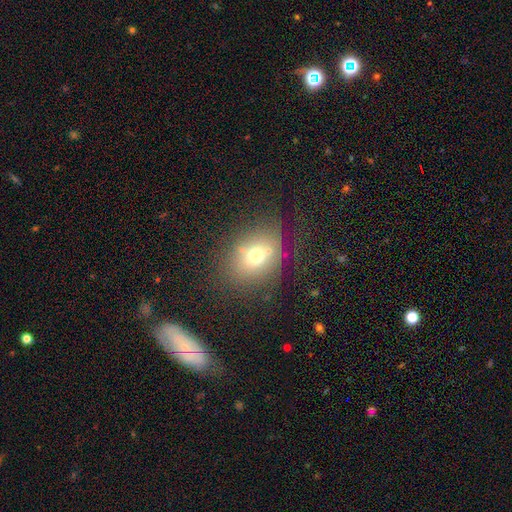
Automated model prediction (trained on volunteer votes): smooth-or-featured: smooth: 65% | featured or disk: 20% | star or artifact: 15%
  how-rounded: in between: 50% | round: 49% | cigar-shaped: 1%
  merging: none: 62% | minor disturbance: 19% | major disturbance: 11% | merger: 8%